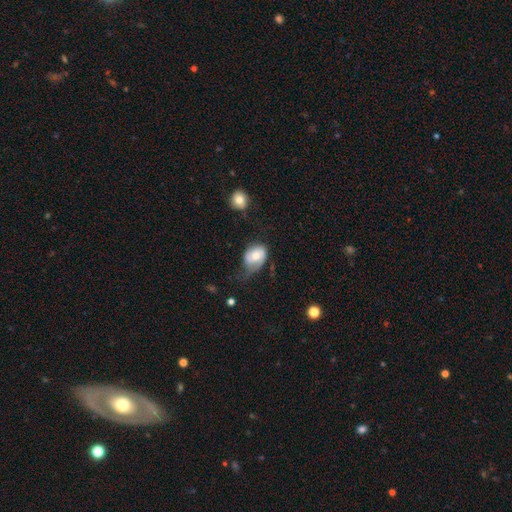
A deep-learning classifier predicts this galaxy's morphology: Smooth or featured: featured or disk — 46% (tied with smooth — 46%)
Merging: minor disturbance — 35% (none — 33%)